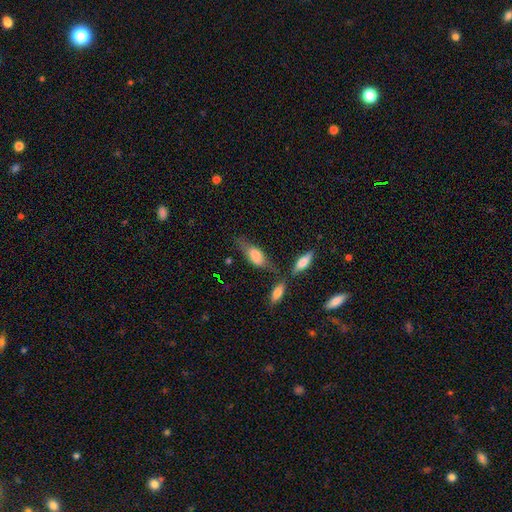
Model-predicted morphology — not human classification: A smooth galaxy with no disk features (70%) that is in between round and cigar-shaped (74%).

Vote fractions:
- Smooth or featured? smooth: 70% / featured or disk: 23% / star or artifact: 7%
- How rounded? in between: 74% / cigar-shaped: 23% / round: 3%
- Merging? none: 46% / minor disturbance: 25% / merger: 20% / major disturbance: 9%